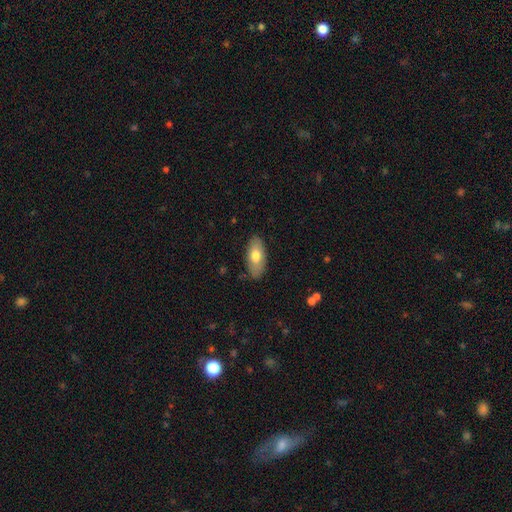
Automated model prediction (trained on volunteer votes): smooth_or_featured: smooth (p=0.71) [alt: featured or disk p=0.23]
how_rounded: in between (p=0.89) [alt: cigar-shaped p=0.08]
merging: none (p=0.84) [alt: minor disturbance p=0.12]